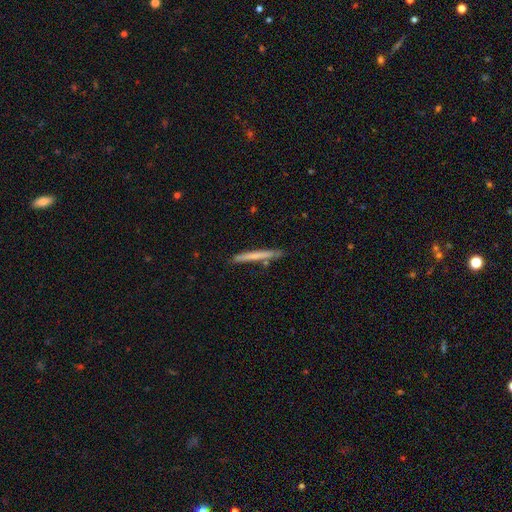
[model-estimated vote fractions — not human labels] This is likely a smooth galaxy (64%). How rounded: clearly cigar-shaped (97%). Merging: clearly none (84%).